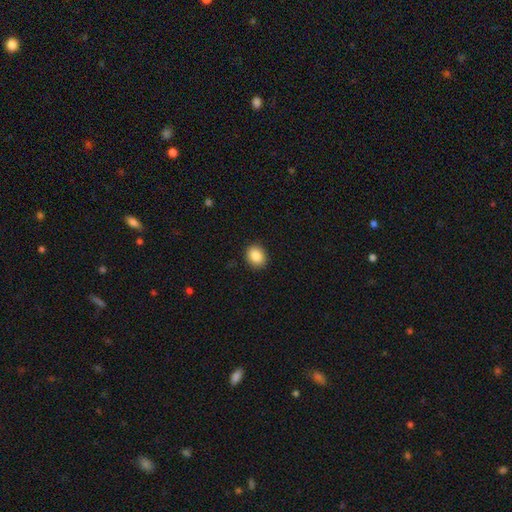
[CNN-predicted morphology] smooth-or-featured: smooth: 87% | star or artifact: 8% | featured or disk: 4%
  how-rounded: round: 61% | in between: 38% | cigar-shaped: 1%
  merging: none: 90% | minor disturbance: 7% | major disturbance: 2% | merger: 1%